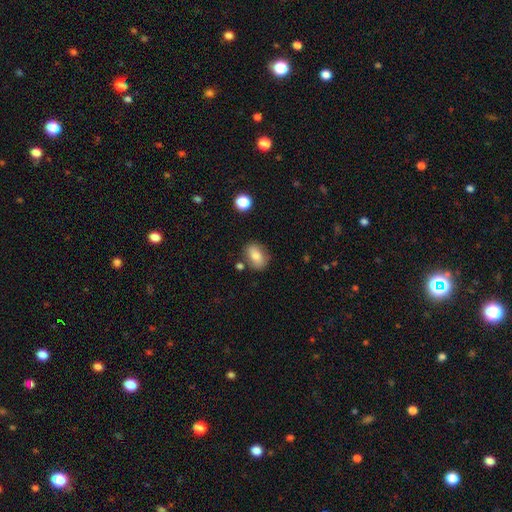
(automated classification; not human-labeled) A smooth galaxy with no disk features (79%) that is in between round and cigar-shaped (78%).

Vote fractions:
- Smooth or featured? smooth: 79% / featured or disk: 12% / star or artifact: 8%
- How rounded? in between: 78% / round: 19% / cigar-shaped: 2%
- Merging? none: 77% / minor disturbance: 14% / merger: 5% / major disturbance: 3%